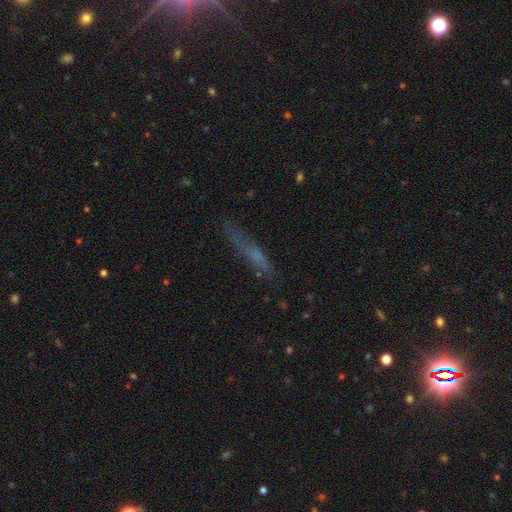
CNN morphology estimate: Q: Smooth or featured?
A: smooth (52%); runner-up: featured or disk (35%)
Q: How rounded?
A: cigar-shaped (86%); runner-up: in between (11%)
Q: Merging?
A: none (65%); runner-up: minor disturbance (22%)